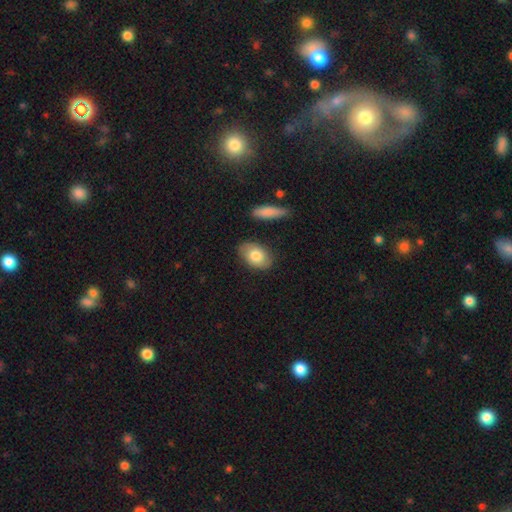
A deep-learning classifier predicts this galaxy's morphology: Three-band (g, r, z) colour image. It shows a smooth galaxy with no disk features (78%) that is in between round and cigar-shaped (87%). Merging: none (81%).